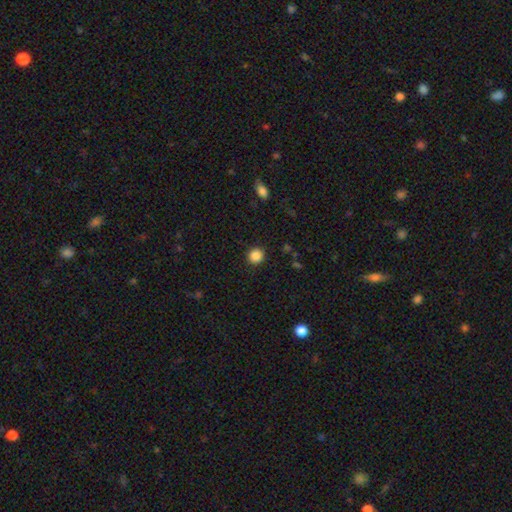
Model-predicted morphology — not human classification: A smooth galaxy with no disk features (86%) that is round (92%). Merging: none (91%).